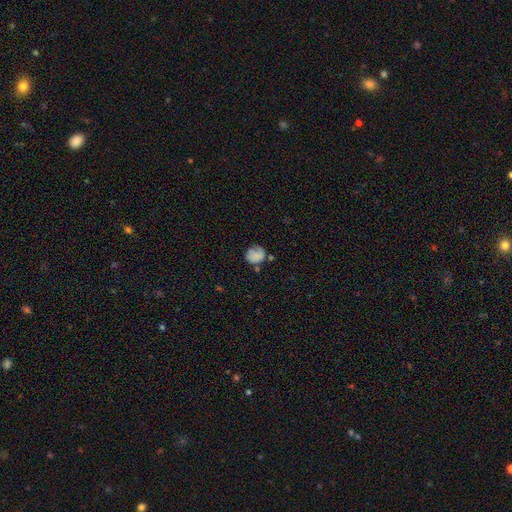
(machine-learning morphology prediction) smooth 70%, featured or disk 20%, star or artifact 9%. Down the decision tree: how rounded — round (72%); merging — none (55%).